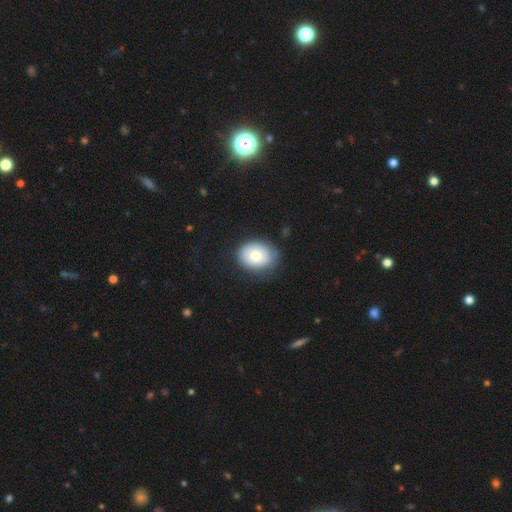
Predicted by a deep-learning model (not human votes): Smooth or featured? Predicted: smooth (p=0.74). How rounded? Predicted: in between (p=0.60). Merging? Predicted: none (p=0.75).